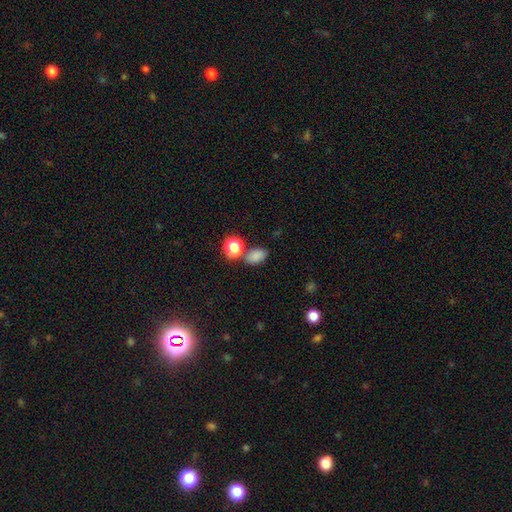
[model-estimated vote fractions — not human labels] smooth 82%, star or artifact 13%, featured or disk 5%. Down the decision tree: how rounded — in between (82%); merging — none (69%).